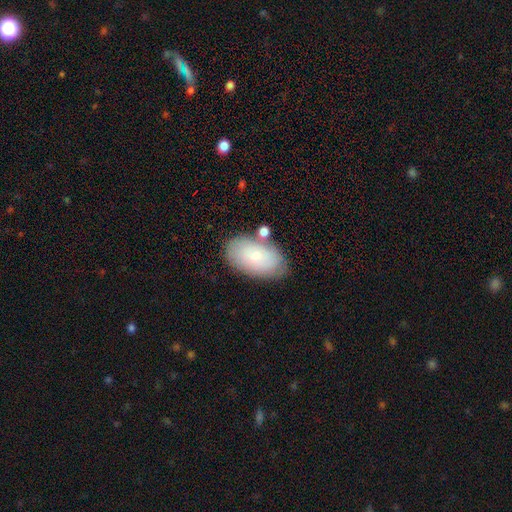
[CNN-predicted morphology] smooth 71%, featured or disk 22%, star or artifact 7%. Down the decision tree: how rounded — in between (94%); merging — none (73%).